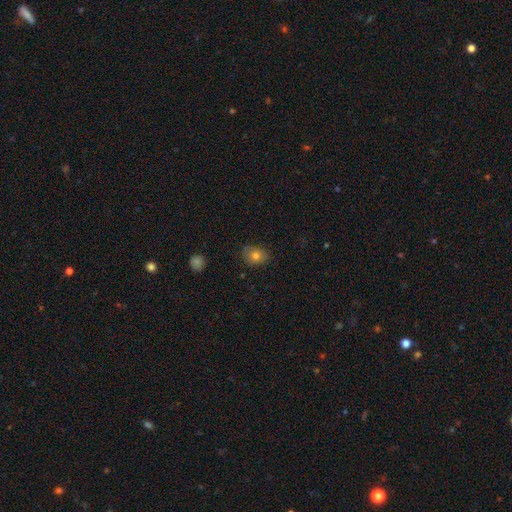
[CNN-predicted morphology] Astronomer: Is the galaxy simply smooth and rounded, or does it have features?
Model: smooth — 78%.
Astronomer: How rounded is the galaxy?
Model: round — 52% (runner-up: in between, 47%).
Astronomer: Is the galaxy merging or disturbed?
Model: none — 78%.